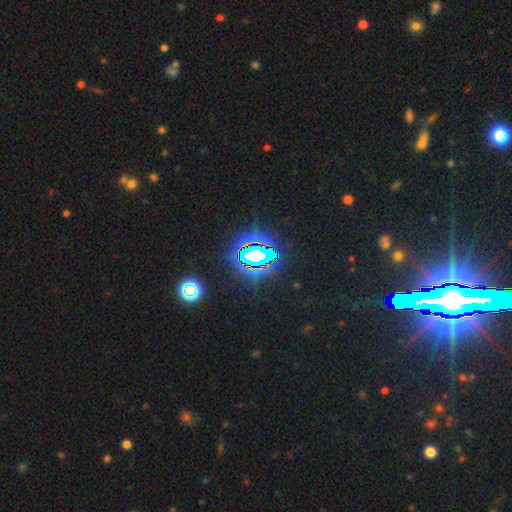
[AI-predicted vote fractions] smooth_or_featured: star or artifact (p=0.74) [alt: smooth p=0.14]